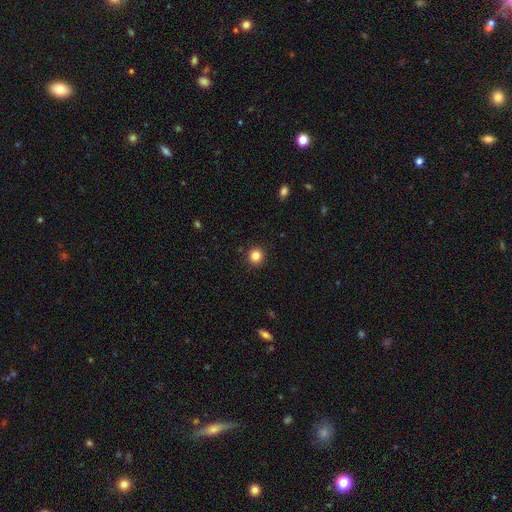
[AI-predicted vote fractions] Morphology: type=smooth (84%); roundness=round (93%); merging=none (92%).